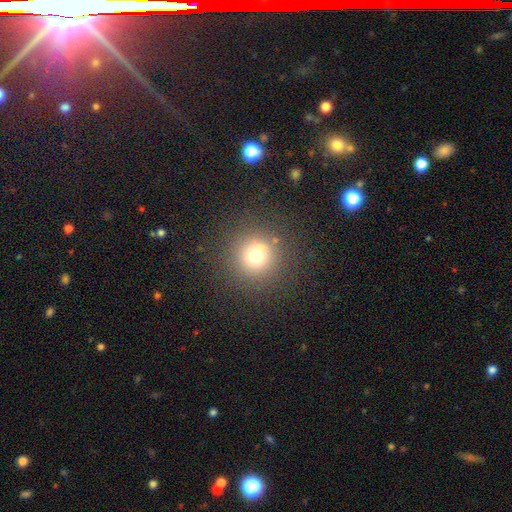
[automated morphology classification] Overall: smooth (69%). How rounded: round (95%). Merging: none (83%).